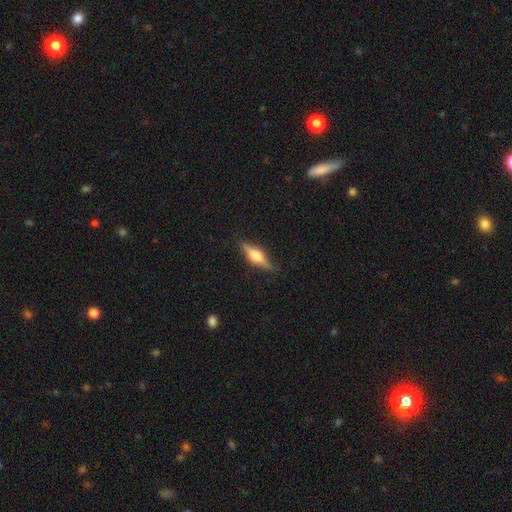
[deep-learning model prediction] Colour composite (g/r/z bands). It shows a featured or disk galaxy (63%) viewed edge-on (96%) with a rounded central bulge (91%). Merging: none (85%).